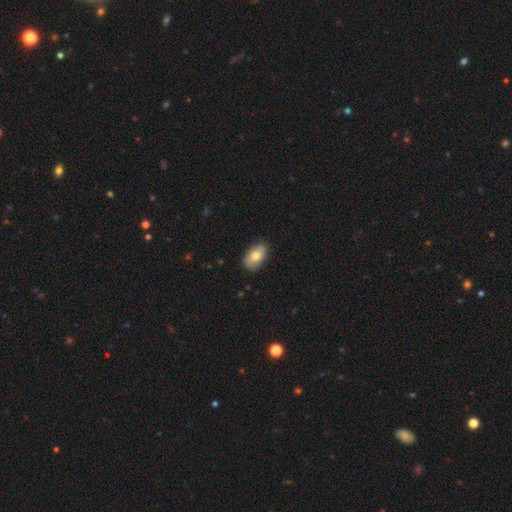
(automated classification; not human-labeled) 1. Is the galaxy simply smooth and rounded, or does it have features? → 77% smooth, 16% featured or disk, 7% star or artifact.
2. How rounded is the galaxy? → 92% in between, 6% round, 2% cigar-shaped.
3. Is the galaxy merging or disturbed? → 81% none, 15% minor disturbance, 2% major disturbance, 1% merger.